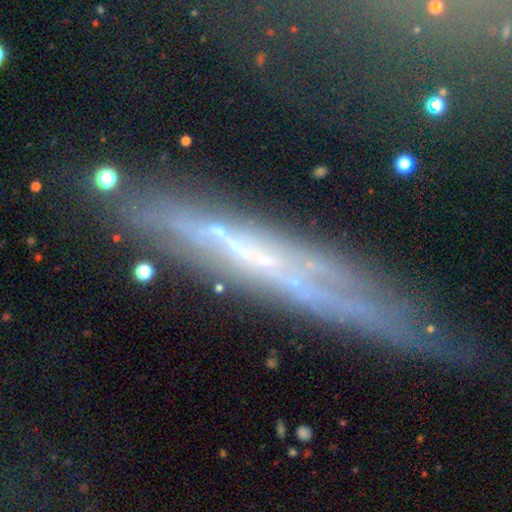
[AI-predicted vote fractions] Overall: featured or disk (68%). Edge-on disk: yes (77%). Edge-on bulge: none (78%). Merging: none (62%; minor disturbance 24%).